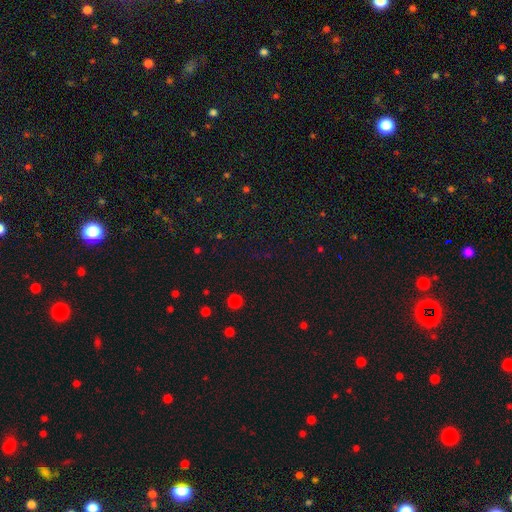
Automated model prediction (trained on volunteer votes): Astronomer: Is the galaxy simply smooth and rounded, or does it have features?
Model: star or artifact — 63%.